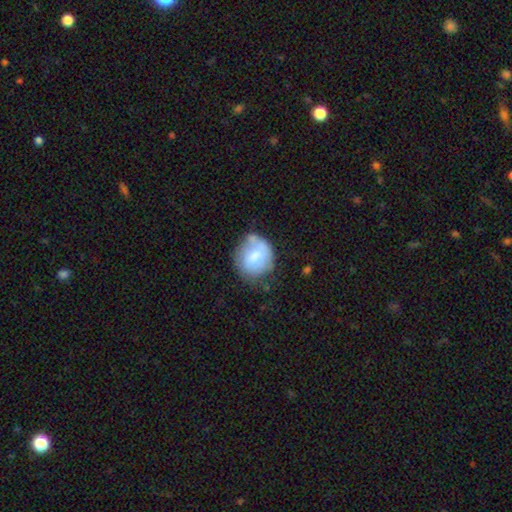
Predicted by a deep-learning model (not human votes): smooth-or-featured: smooth: 65% | featured or disk: 27% | star or artifact: 8%
  how-rounded: round: 77% | in between: 22% | cigar-shaped: 1%
  merging: none: 48% | minor disturbance: 30% | major disturbance: 13% | merger: 9%